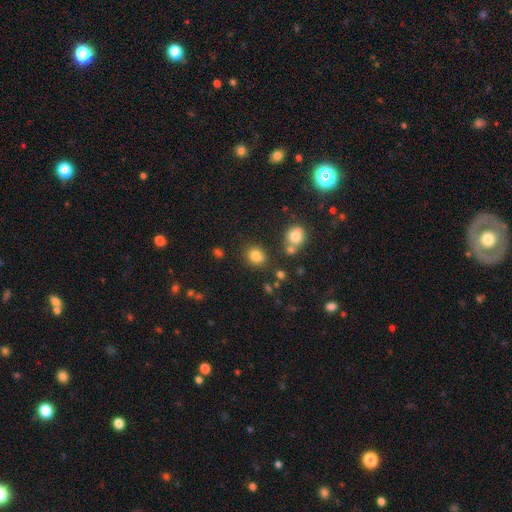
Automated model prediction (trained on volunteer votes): Smooth or featured?
  - smooth: 81% *
  - star or artifact: 13%
  - featured or disk: 6%
How rounded?
  - round: 65% *
  - in between: 34%
  - cigar-shaped: 1%
Merging?
  - none: 75% *
  - minor disturbance: 13%
  - merger: 8%
  - major disturbance: 4%